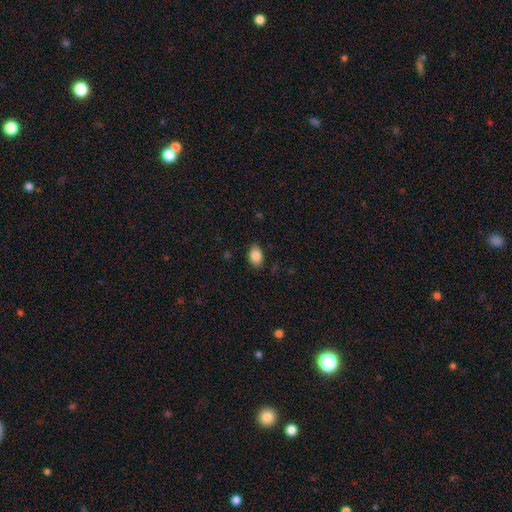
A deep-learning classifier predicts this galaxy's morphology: smooth-or-featured: smooth: 87% | star or artifact: 8% | featured or disk: 5%
  how-rounded: in between: 81% | round: 18% | cigar-shaped: 1%
  merging: none: 85% | minor disturbance: 11% | major disturbance: 2% | merger: 1%